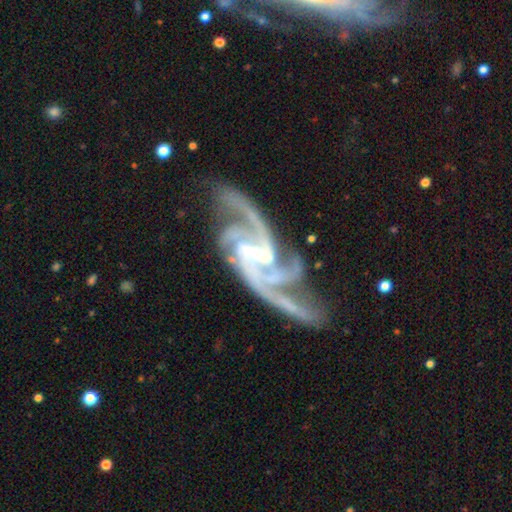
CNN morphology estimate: Smooth or featured?
  - featured or disk: 93% *
  - star or artifact: 5%
  - smooth: 2%
Edge-on disk?
  - no: 97% *
  - yes: 3%
Bar?
  - strong: 41% *
  - weak: 36%
  - no: 23%
Spiral arms?
  - yes: 99% *
  - no: 1%
Spiral winding?
  - medium: 58% *
  - tight: 23%
  - loose: 19%
Spiral arm count?
  - 3: 50% *
  - 4: 18%
  - 2: 16%
  - can't tell: 6%
  - more than 4: 5%
  - 1: 5%
Bulge size?
  - small: 74% *
  - moderate: 21%
  - none: 2%
  - large: 1%
  - dominant: 1%
Merging?
  - none: 59% *
  - minor disturbance: 19%
  - major disturbance: 15%
  - merger: 7%